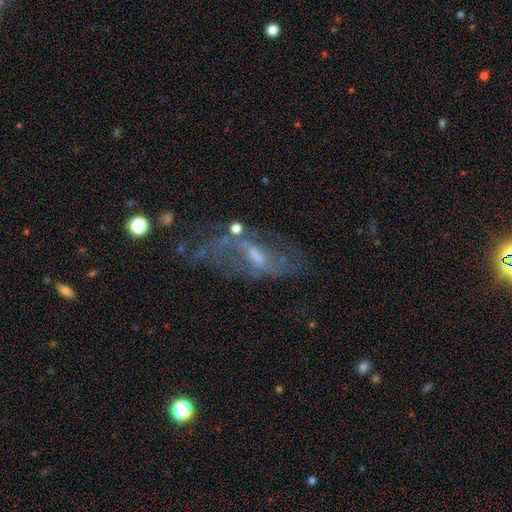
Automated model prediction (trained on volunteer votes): Smooth or featured: featured or disk — 73% (smooth — 16%)
Edge-on disk: no — 90% (yes — 10%)
Bar: weak — 51% (no — 28%)
Spiral arms: yes — 69% (no — 31%)
Bulge size: moderate — 41% (small — 38%)
Merging: none — 50% (major disturbance — 24%)